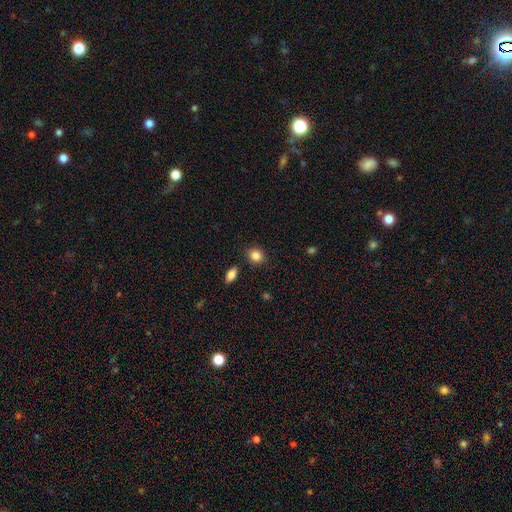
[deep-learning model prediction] A smooth galaxy with no disk features (85%) that is round (65%).

Vote fractions:
- Smooth or featured? smooth: 85% / star or artifact: 9% / featured or disk: 6%
- How rounded? round: 65% / in between: 34% / cigar-shaped: 1%
- Merging? none: 85% / minor disturbance: 9% / merger: 4% / major disturbance: 2%